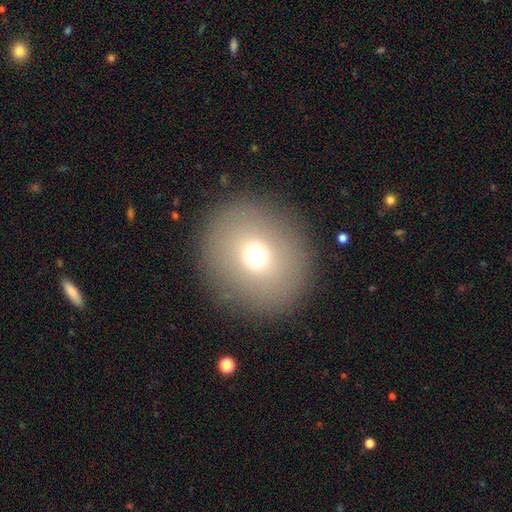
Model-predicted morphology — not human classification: Smooth or featured? smooth (68%)
How rounded? round (76%)
Merging? none (88%)